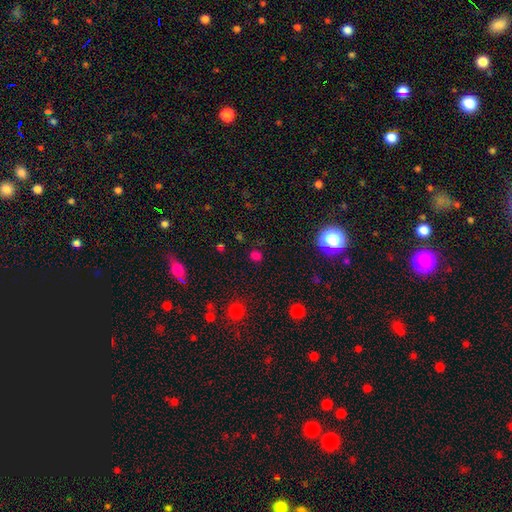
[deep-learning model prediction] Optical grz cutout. It shows a smooth galaxy with no disk features (63%) that is round (78%). Merging: none (84%).